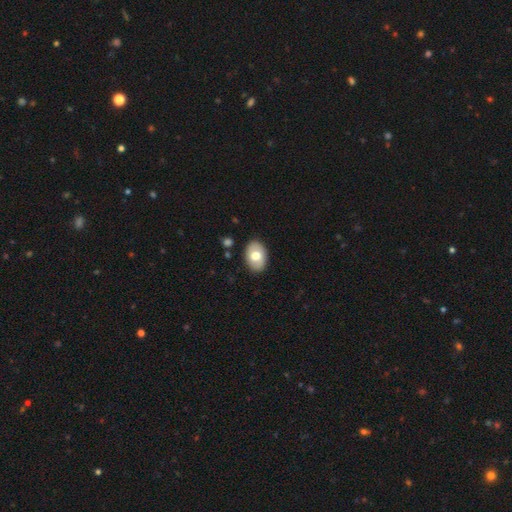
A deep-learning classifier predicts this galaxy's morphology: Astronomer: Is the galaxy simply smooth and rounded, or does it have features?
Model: smooth — 71%.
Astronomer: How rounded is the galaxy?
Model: in between — 84%.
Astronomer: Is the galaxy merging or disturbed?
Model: none — 88%.